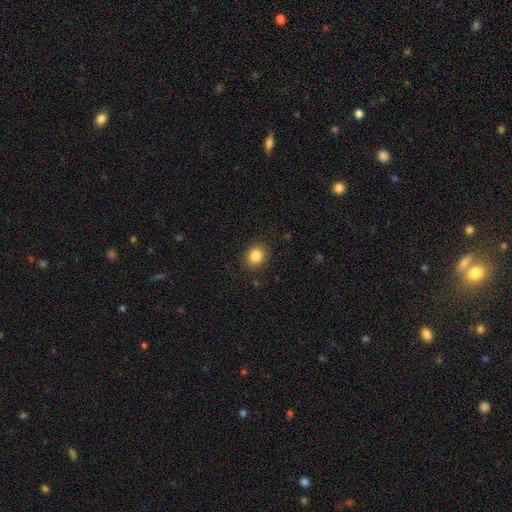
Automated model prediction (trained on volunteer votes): smooth 85%, star or artifact 10%, featured or disk 5%. Down the decision tree: how rounded — round (63%); merging — none (87%).